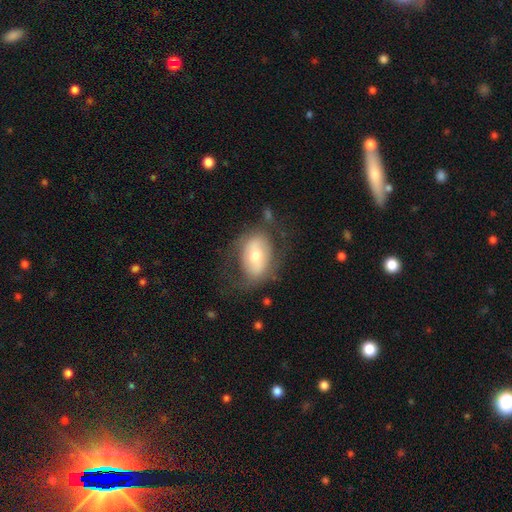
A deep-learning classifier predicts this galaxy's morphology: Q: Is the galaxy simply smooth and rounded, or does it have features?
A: featured or disk — 48%.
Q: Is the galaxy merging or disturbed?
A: none — 63%.